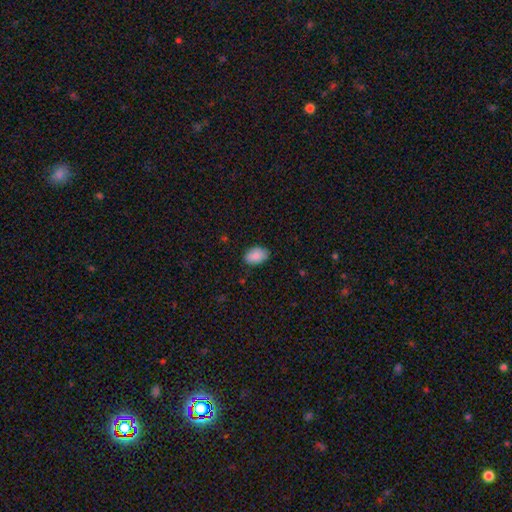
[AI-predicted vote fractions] smooth 89%, star or artifact 7%, featured or disk 4%. Down the decision tree: how rounded — in between (89%); merging — none (84%).